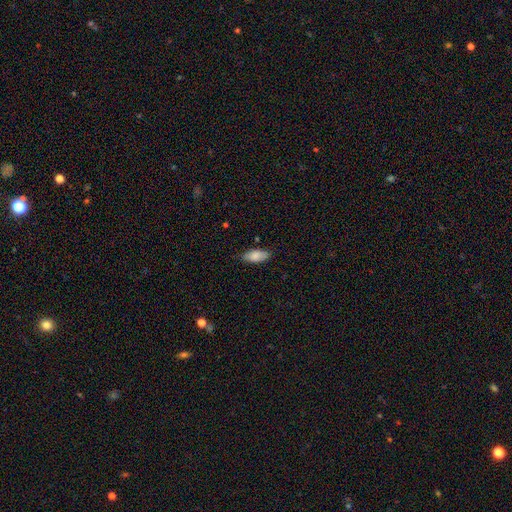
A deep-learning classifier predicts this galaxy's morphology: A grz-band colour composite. It shows a smooth galaxy with no disk features (84%) that is in between round and cigar-shaped (85%). Merging: none (78%).